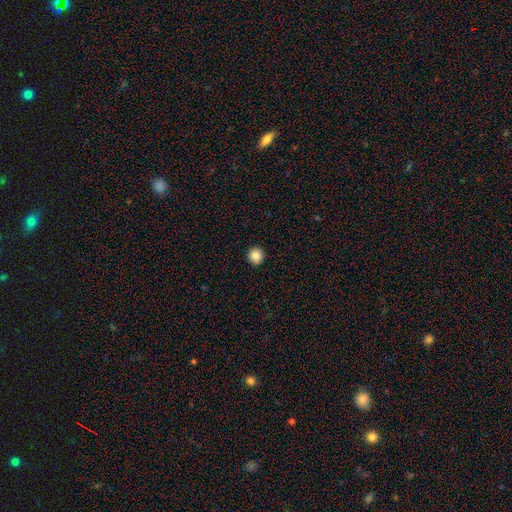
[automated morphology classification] type=smooth (87%); roundness=round (94%); merging=none (93%).